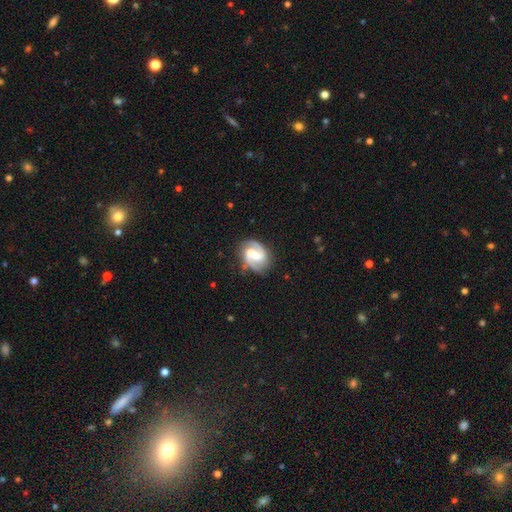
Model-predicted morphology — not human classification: Overall: featured or disk (86%). Edge-on disk: no (98%). Bar: weak (50%; no 28%). Spiral arms: yes (97%). Spiral arm count: 2 (90%). Spiral winding: medium (55%; loose 24%). Bulge size: moderate (43%; small 37%). Merging: none (74%).